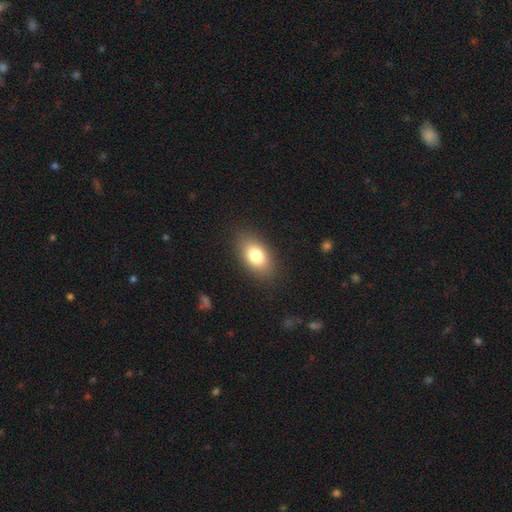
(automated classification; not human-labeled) A smooth galaxy with no disk features (80%) that is in between round and cigar-shaped (90%). Merging: none (86%).